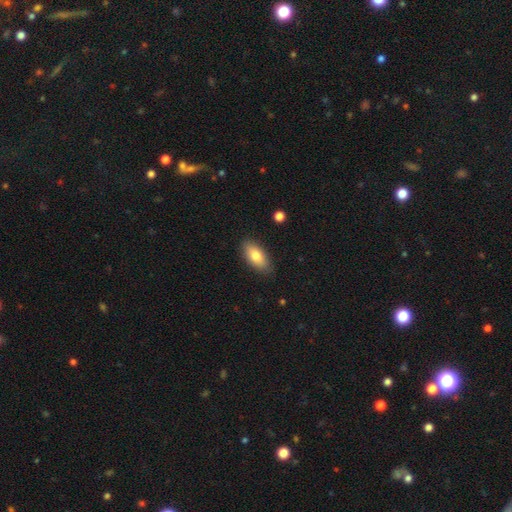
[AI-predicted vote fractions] Smooth or featured?
  - smooth: 80% *
  - featured or disk: 14%
  - star or artifact: 6%
How rounded?
  - in between: 86% *
  - cigar-shaped: 11%
  - round: 3%
Merging?
  - none: 86% *
  - minor disturbance: 11%
  - major disturbance: 2%
  - merger: 1%